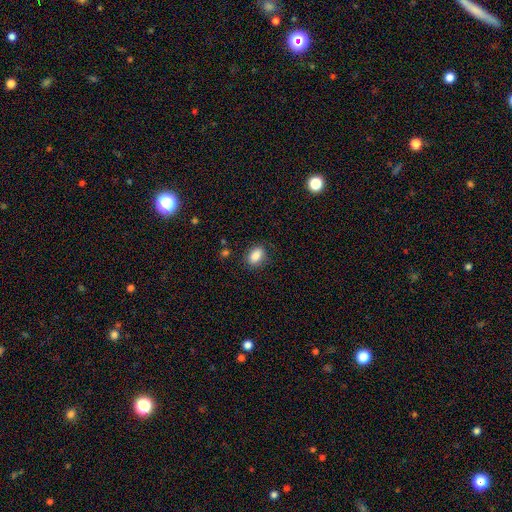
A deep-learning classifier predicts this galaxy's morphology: Q: Smooth or featured?
A: smooth (86%); runner-up: star or artifact (8%)
Q: How rounded?
A: in between (85%); runner-up: round (13%)
Q: Merging?
A: none (82%); runner-up: minor disturbance (13%)